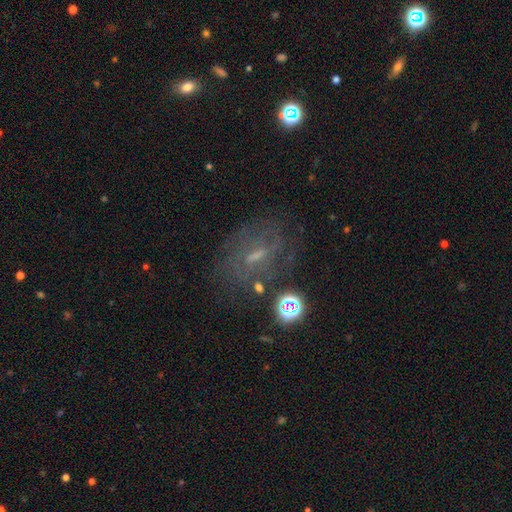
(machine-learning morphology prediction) smooth_or_featured: featured or disk (p=0.62) [alt: smooth p=0.20]
disk_edge_on: no (p=0.92) [alt: yes p=0.08]
bar: weak (p=0.54) [alt: no p=0.26]
has_spiral_arms: yes (p=0.70) [alt: no p=0.30]
bulge_size: small (p=0.50) [alt: moderate p=0.31]
merging: none (p=0.67) [alt: minor disturbance p=0.17]